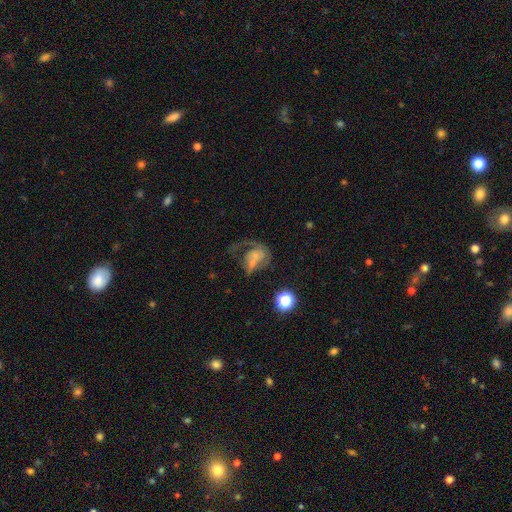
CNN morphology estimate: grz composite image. It shows a featured or disk galaxy (55%) with no bar (73%), spiral arms (67%) and a small central bulge (39%). Merging: major disturbance (44%).